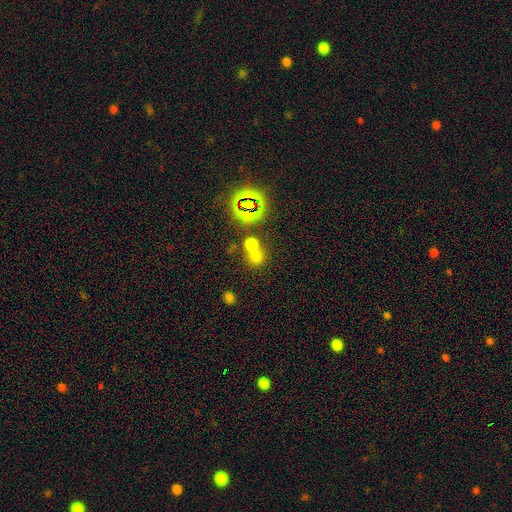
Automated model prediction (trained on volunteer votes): smooth-or-featured: smooth: 64% | star or artifact: 26% | featured or disk: 10%
  how-rounded: round: 85% | in between: 14% | cigar-shaped: 1%
  merging: none: 50% | merger: 41% | minor disturbance: 6% | major disturbance: 3%